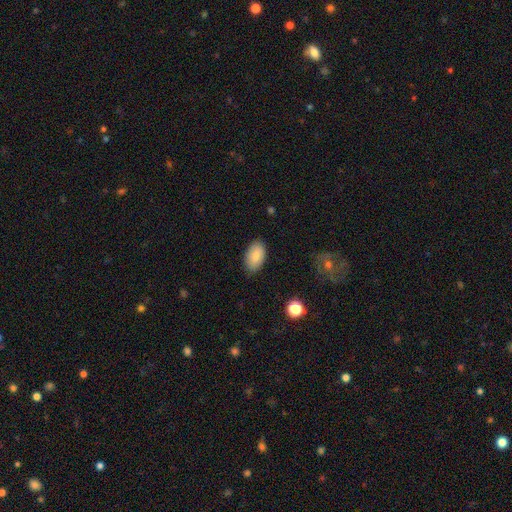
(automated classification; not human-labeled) Smooth or featured? Predicted: smooth (p=0.86). How rounded? Predicted: in between (p=0.94). Merging? Predicted: none (p=0.84).